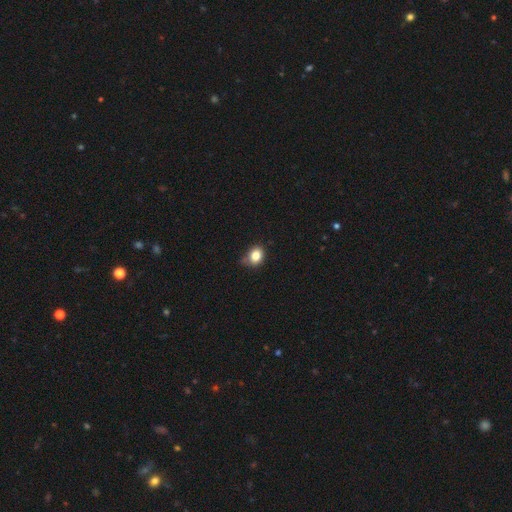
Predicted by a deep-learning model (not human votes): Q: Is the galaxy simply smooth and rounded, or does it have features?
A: smooth — 82%.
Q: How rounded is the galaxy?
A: round — 54%.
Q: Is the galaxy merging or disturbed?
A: none — 64%.